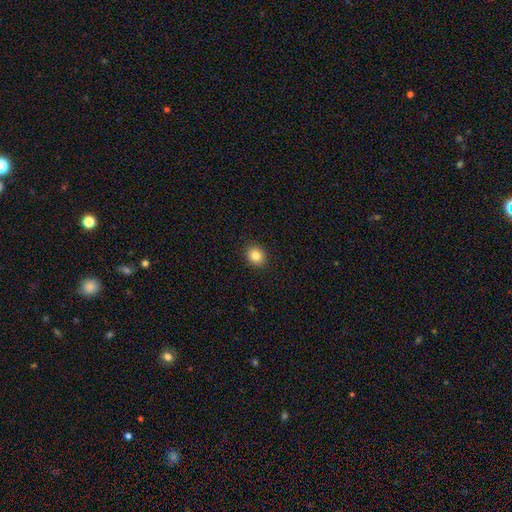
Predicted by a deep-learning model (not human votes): Smooth or featured? Predicted: smooth (p=0.83). How rounded? Predicted: round (p=0.77). Merging? Predicted: none (p=0.91).